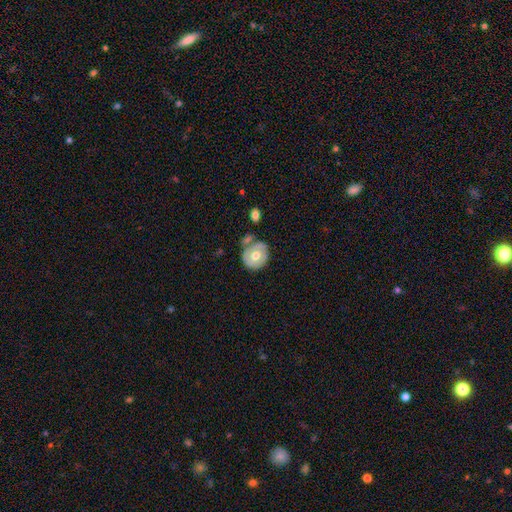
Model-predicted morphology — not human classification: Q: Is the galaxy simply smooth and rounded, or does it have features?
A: featured or disk — 52%.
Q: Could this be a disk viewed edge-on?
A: no — 95%.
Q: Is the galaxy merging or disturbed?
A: none — 57%.